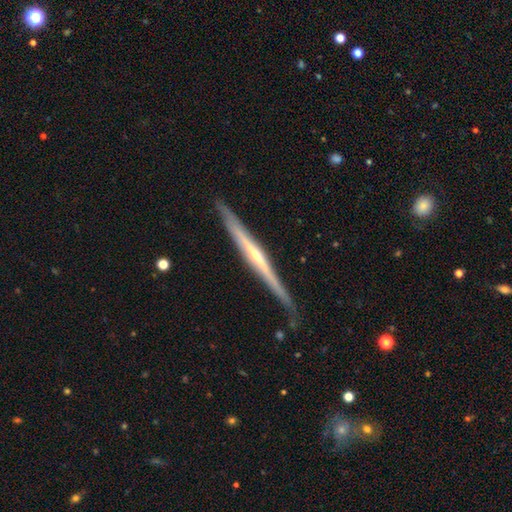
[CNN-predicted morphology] This is likely a featured or disk galaxy (78%). It is clearly viewed edge-on (97%). Edge-on bulge: possibly rounded (59%). Merging: clearly none (84%).